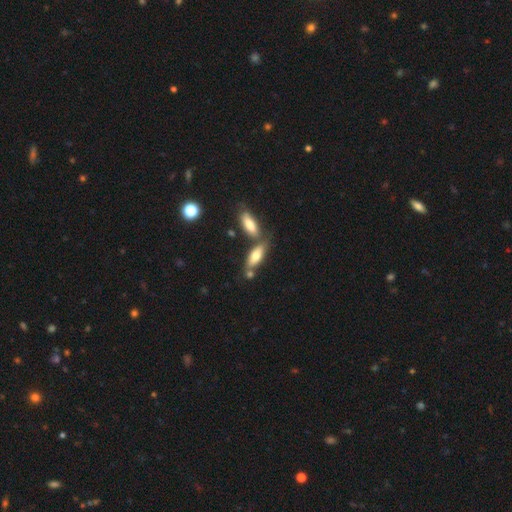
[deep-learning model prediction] Smooth or featured? smooth (71%)
How rounded? in between (69%)
Merging? none (54%)